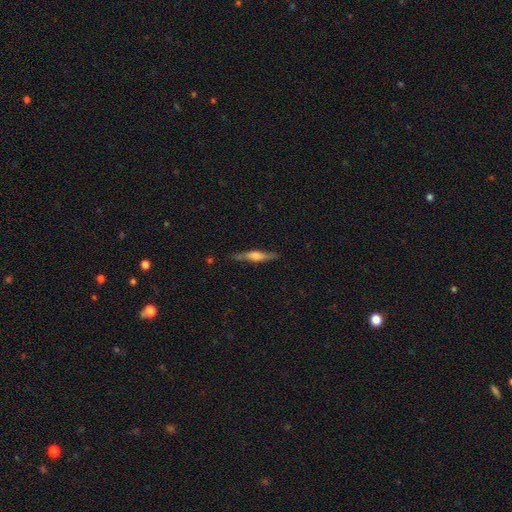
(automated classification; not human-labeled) Overall: featured or disk (56%; smooth 38%). Edge-on disk: yes (94%). Edge-on bulge: rounded (66%). Merging: none (81%).